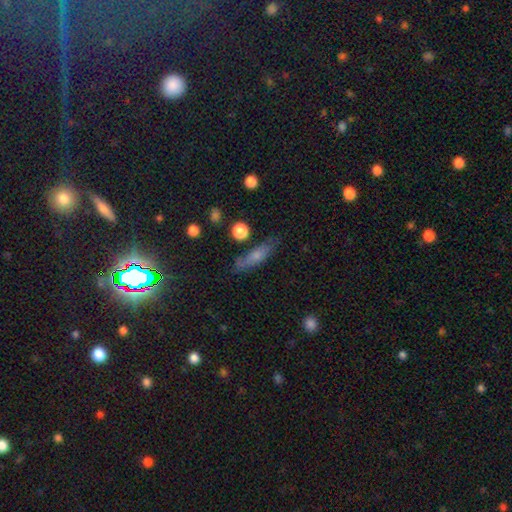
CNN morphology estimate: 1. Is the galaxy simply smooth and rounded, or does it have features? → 59% smooth, 29% featured or disk, 11% star or artifact.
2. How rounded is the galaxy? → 62% cigar-shaped, 33% in between, 5% round.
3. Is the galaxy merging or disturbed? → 72% none, 19% minor disturbance, 5% major disturbance, 4% merger.